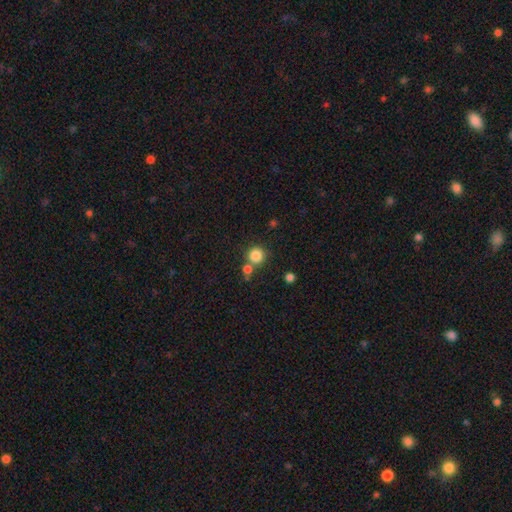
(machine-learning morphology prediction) Q: Smooth or featured?
A: smooth (84%); runner-up: star or artifact (11%)
Q: How rounded?
A: round (93%); runner-up: in between (6%)
Q: Merging?
A: none (68%); runner-up: merger (21%)